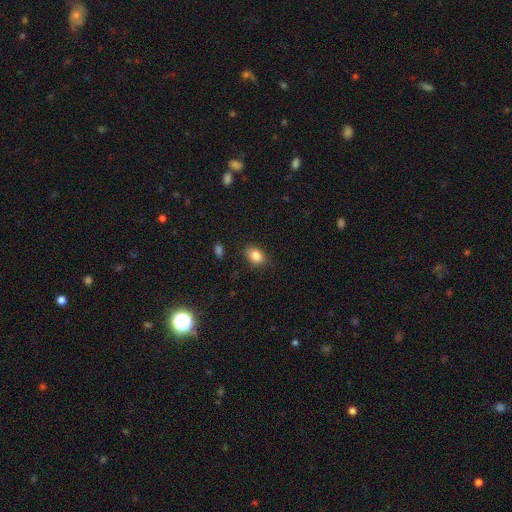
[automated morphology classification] smooth 85%, star or artifact 9%, featured or disk 6%. Down the decision tree: how rounded — in between (77%); merging — none (84%).